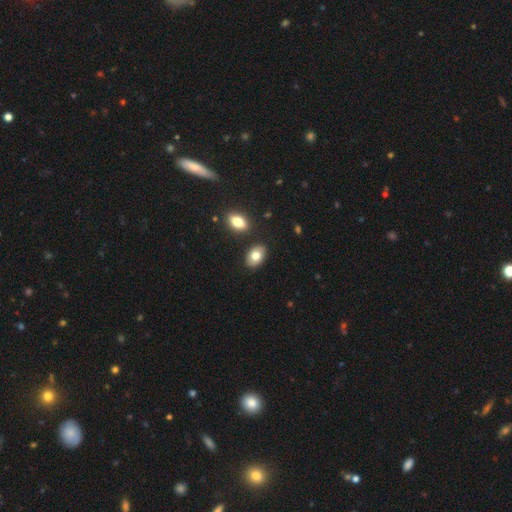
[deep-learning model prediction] The model was most divided on "smooth or featured": smooth: 78%, featured or disk: 14%, star or artifact: 8%. More confident: how rounded — in between (87%); merging — none (84%).